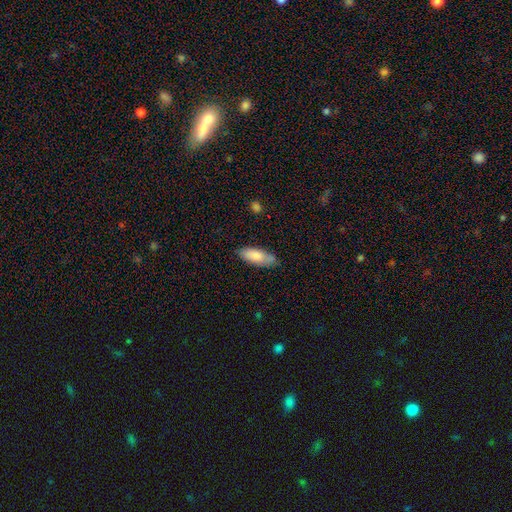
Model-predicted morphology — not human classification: Q: Smooth or featured?
A: smooth (81%); runner-up: featured or disk (13%)
Q: How rounded?
A: in between (74%); runner-up: cigar-shaped (24%)
Q: Merging?
A: none (72%); runner-up: minor disturbance (22%)